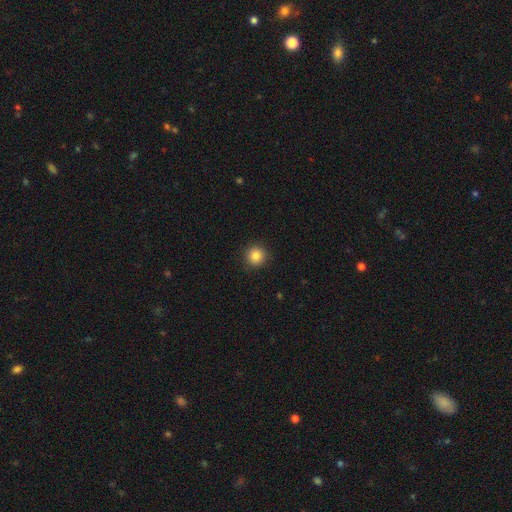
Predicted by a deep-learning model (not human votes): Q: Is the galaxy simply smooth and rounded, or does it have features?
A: smooth — 84%.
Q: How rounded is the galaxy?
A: round — 95%.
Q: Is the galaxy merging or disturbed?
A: none — 92%.